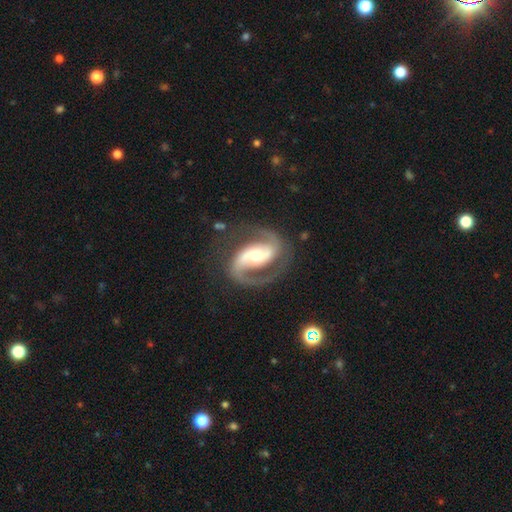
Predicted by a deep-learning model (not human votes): Smooth or featured: featured or disk — 91% (smooth — 5%)
Edge-on disk: no — 98% (yes — 2%)
Bar: strong — 40% (weak — 34%)
Spiral arms: yes — 97% (no — 3%)
Spiral winding: medium — 57% (loose — 24%)
Spiral arm count: 2 — 91% (1 — 4%)
Bulge size: moderate — 65% (small — 21%)
Merging: none — 76% (minor disturbance — 13%)